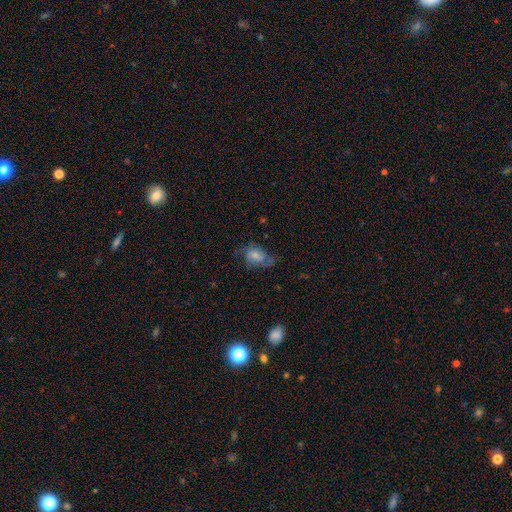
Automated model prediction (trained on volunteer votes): Overall: featured or disk (46%; smooth 44%). Merging: none (44%; minor disturbance 27%).